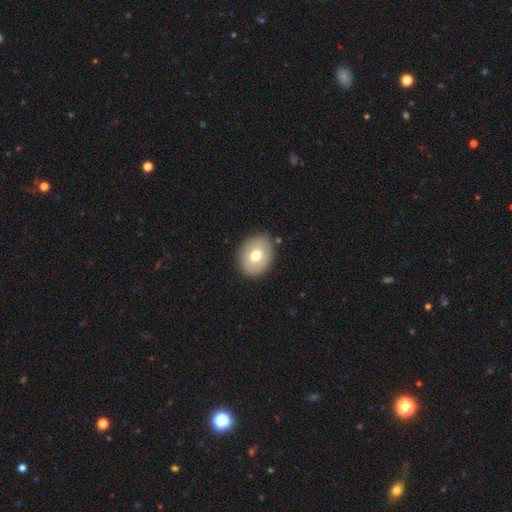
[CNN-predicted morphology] smooth_or_featured: smooth (p=0.70) [alt: featured or disk p=0.22]
how_rounded: in between (p=0.53) [alt: round p=0.46]
merging: none (p=0.85) [alt: minor disturbance p=0.10]